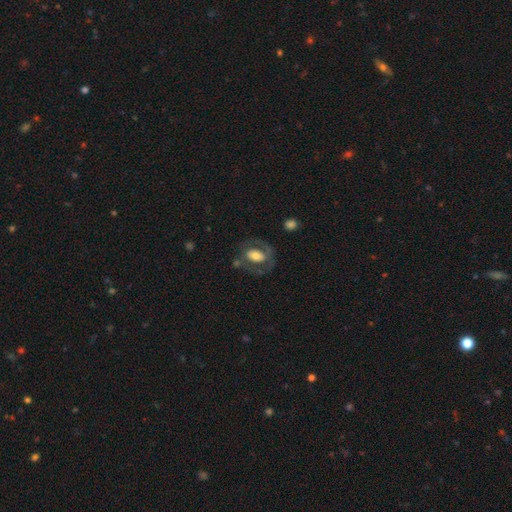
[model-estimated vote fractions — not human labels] Smooth or featured? smooth (47%)
Merging? none (60%)